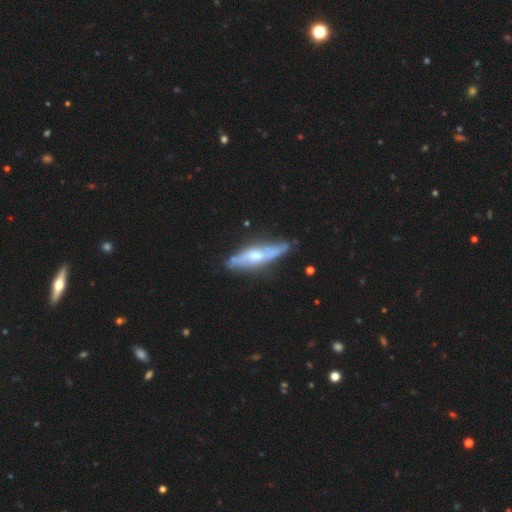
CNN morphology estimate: type=featured or disk (74%); edge-on=yes (58%); merging=none (73%).